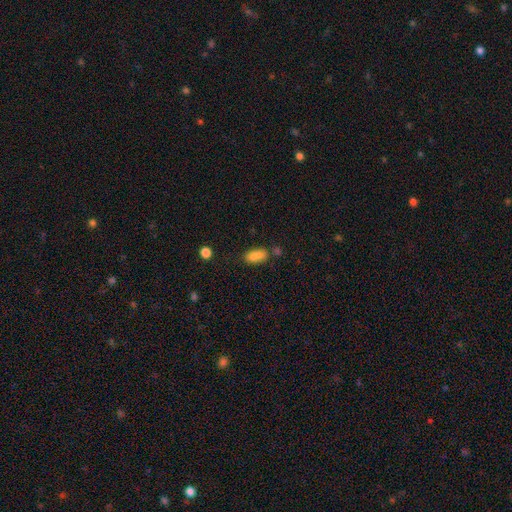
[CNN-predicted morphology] Overall: smooth (84%). How rounded: in between (83%). Merging: none (65%).